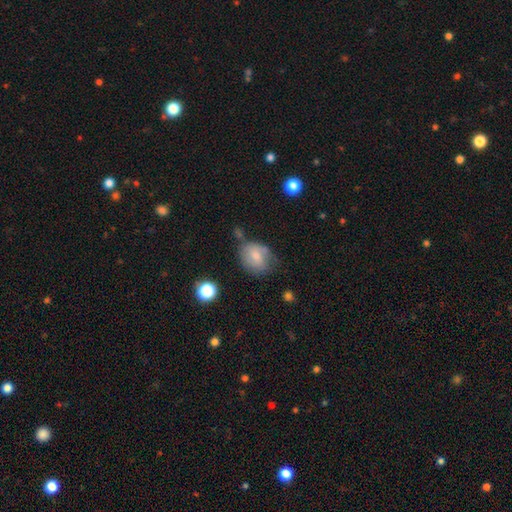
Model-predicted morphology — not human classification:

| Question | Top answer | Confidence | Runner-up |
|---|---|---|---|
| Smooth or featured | smooth | 68% | featured or disk (23%) |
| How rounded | in between | 50% | round (49%) |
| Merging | none | 50% | minor disturbance (30%) |